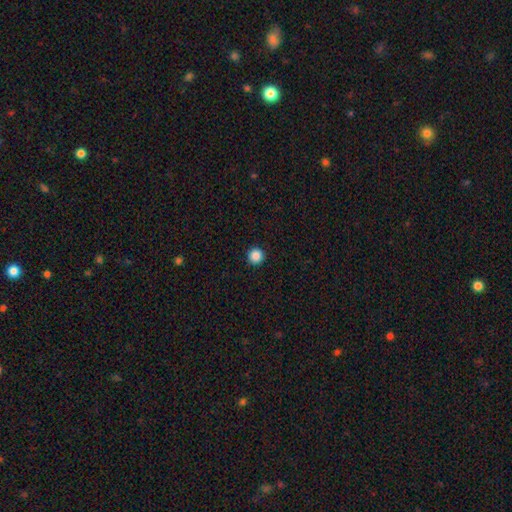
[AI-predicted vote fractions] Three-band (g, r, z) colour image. It shows a smooth galaxy with no disk features (87%) that is round (96%). Merging: none (94%).